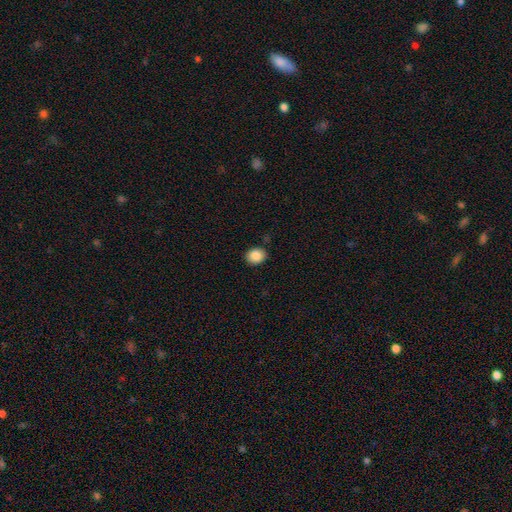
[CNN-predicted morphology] A smooth galaxy with no disk features (87%) that is round (56%). Merging: none (88%).